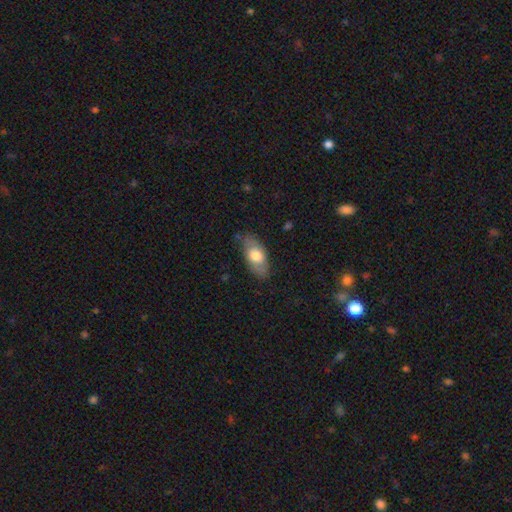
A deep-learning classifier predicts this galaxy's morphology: The model was most divided on "smooth or featured": smooth: 67%, featured or disk: 27%, star or artifact: 6%. More confident: how rounded — in between (88%); merging — none (76%).